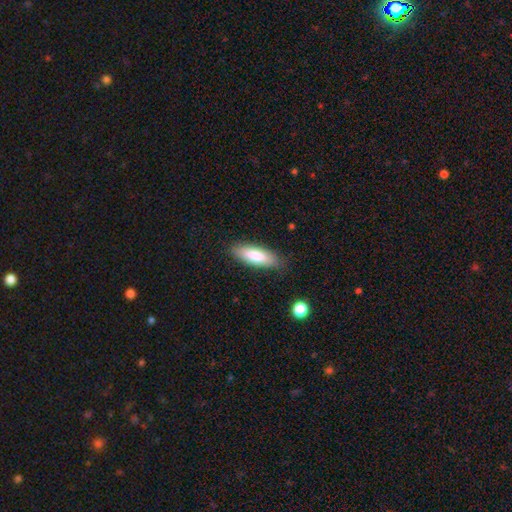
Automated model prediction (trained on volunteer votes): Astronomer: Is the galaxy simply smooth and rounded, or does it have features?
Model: smooth — 80%.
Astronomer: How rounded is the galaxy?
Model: in between — 56% (runner-up: cigar-shaped, 42%).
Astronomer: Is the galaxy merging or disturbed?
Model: none — 85%.